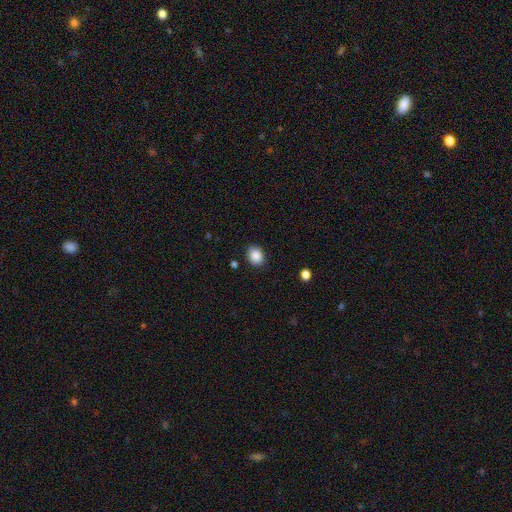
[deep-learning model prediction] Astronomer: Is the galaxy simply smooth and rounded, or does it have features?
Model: smooth — 88%.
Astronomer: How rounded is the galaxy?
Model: round — 54% (runner-up: in between, 45%).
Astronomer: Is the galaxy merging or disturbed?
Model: none — 86%.